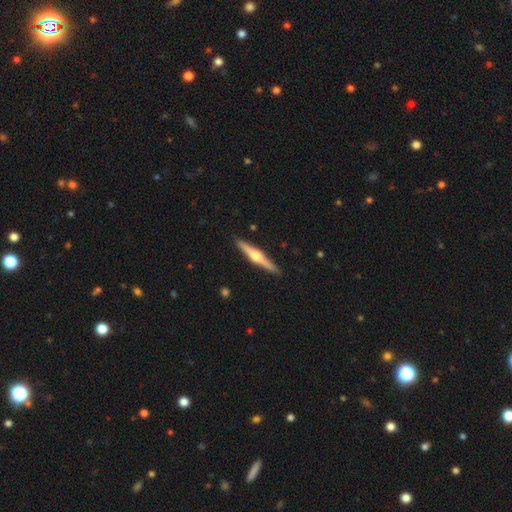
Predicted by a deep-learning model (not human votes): Smooth or featured? Predicted: featured or disk (p=0.76). Edge-on disk? Predicted: yes (p=0.98). Edge-on bulge? Predicted: rounded (p=0.95). Merging? Predicted: none (p=0.91).